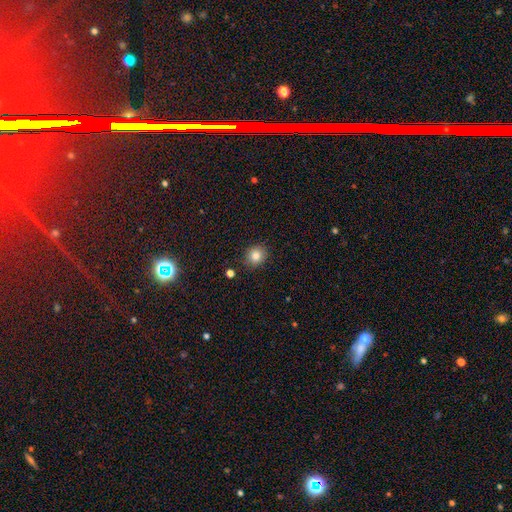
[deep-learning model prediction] smooth-or-featured: smooth: 83% | star or artifact: 11% | featured or disk: 6%
  how-rounded: round: 81% | in between: 18% | cigar-shaped: 1%
  merging: none: 87% | minor disturbance: 9% | major disturbance: 2% | merger: 2%